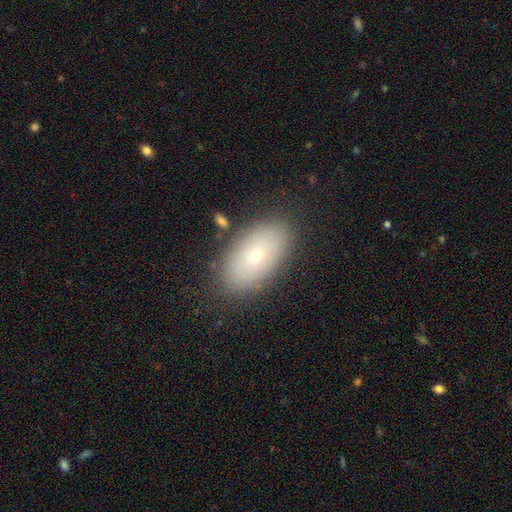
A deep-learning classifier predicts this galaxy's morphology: Overall: smooth (64%; featured or disk 27%). How rounded: in between (92%). Merging: none (84%).